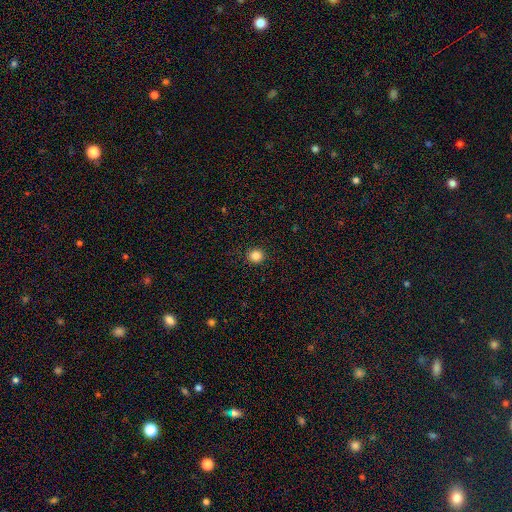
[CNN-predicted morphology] This is clearly a smooth galaxy (85%). How rounded: clearly round (91%). Merging: clearly none (92%).